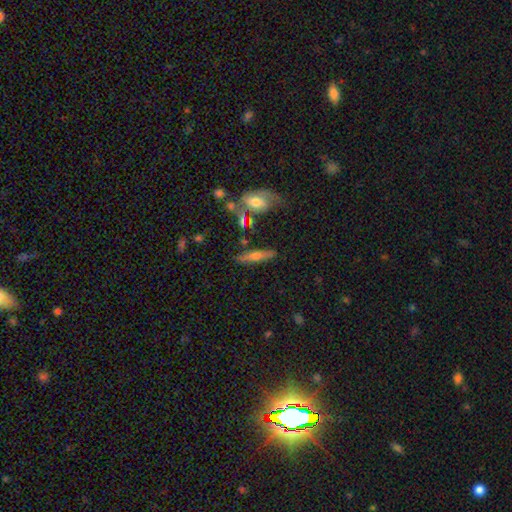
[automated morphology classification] Smooth or featured? Predicted: smooth (p=0.47). Merging? Predicted: none (p=0.76).